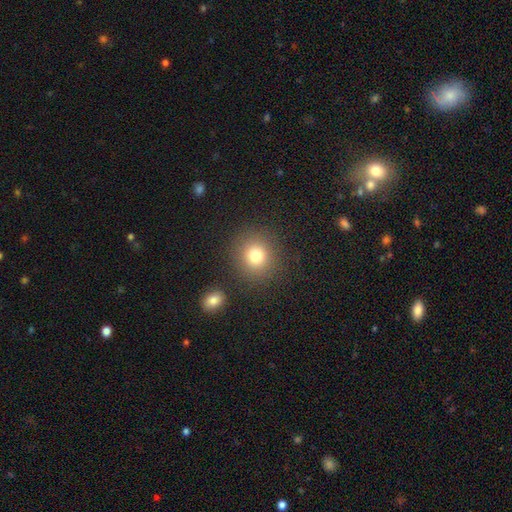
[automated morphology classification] A smooth galaxy with no disk features (78%) that is round (87%).

Vote fractions:
- Smooth or featured? smooth: 78% / star or artifact: 13% / featured or disk: 8%
- How rounded? round: 87% / in between: 12% / cigar-shaped: 1%
- Merging? none: 86% / minor disturbance: 7% / merger: 4% / major disturbance: 3%